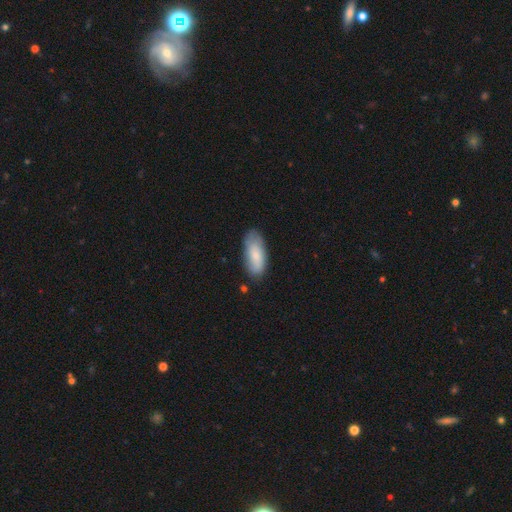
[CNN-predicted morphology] type=smooth (80%); roundness=in between (82%); merging=none (73%).